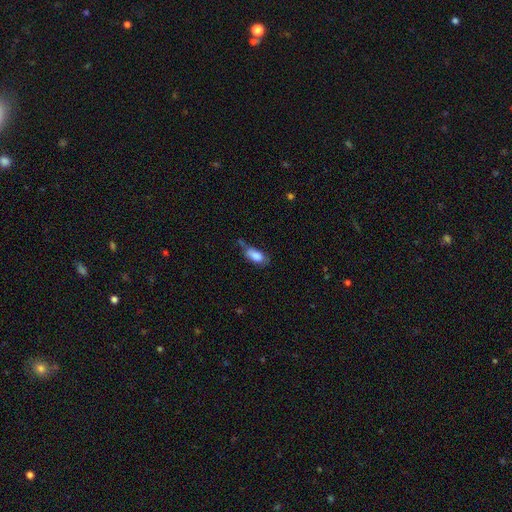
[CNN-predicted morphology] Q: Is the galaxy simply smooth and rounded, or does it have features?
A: smooth — 82%.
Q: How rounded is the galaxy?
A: in between — 87%.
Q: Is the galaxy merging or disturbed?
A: none — 41%.